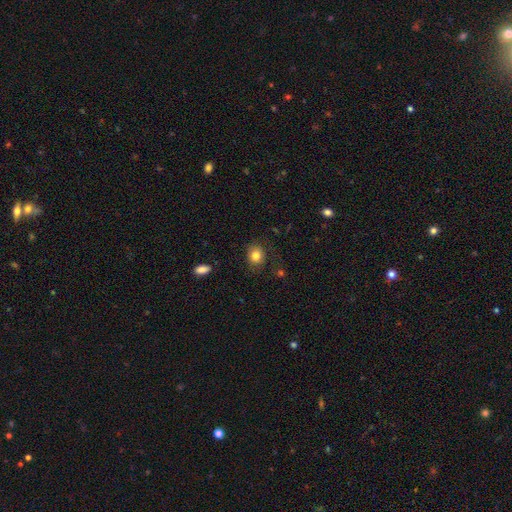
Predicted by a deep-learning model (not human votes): Smooth or featured? Predicted: smooth (p=0.82). How rounded? Predicted: round (p=0.68). Merging? Predicted: none (p=0.81).